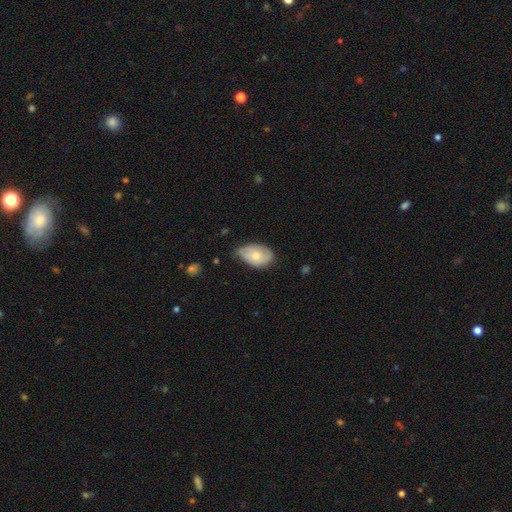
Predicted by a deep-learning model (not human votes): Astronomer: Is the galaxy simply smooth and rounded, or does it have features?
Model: smooth — 53% (runner-up: featured or disk, 41%).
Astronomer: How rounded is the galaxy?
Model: in between — 88%.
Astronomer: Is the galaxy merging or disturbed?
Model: none — 52% (runner-up: minor disturbance, 39%).